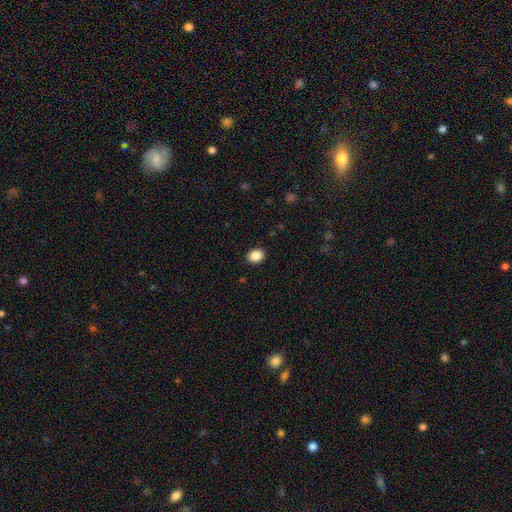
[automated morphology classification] This appears to be a smooth galaxy with no disk features (88%) that is in between round and cigar-shaped (58%). Merging: none (90%).